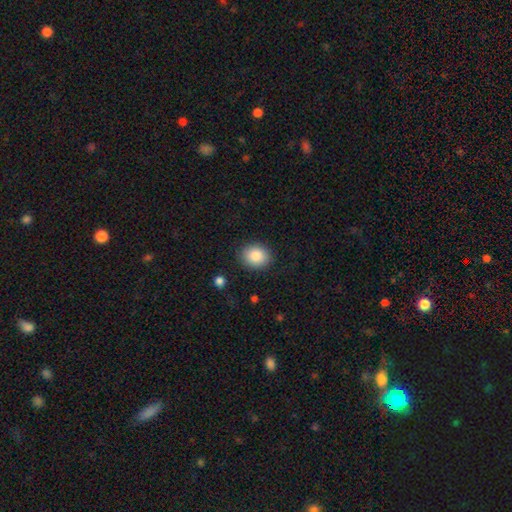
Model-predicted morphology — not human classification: The model was most divided on "how rounded": round: 61%, in between: 38%, cigar-shaped: 1%. More confident: merging — none (88%); smooth or featured — smooth (87%).